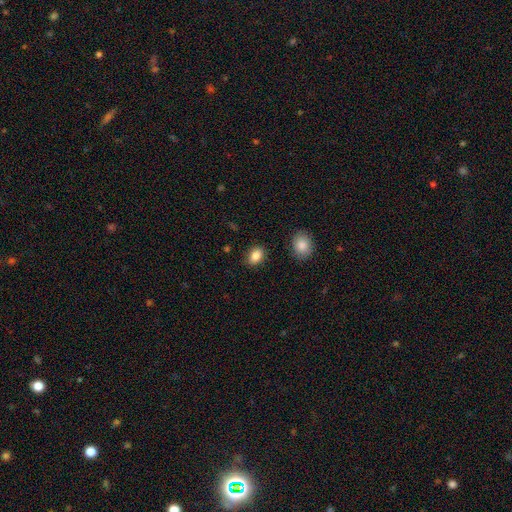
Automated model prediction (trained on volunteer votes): A smooth galaxy with no disk features (86%) that is in between round and cigar-shaped (76%). Merging: none (87%).